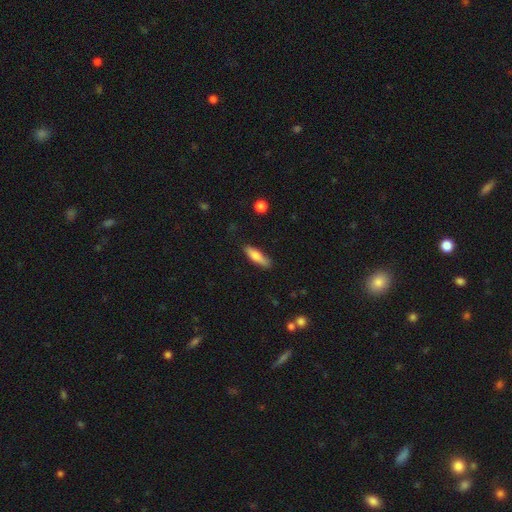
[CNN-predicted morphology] Smooth or featured?
  - smooth: 71% *
  - featured or disk: 22%
  - star or artifact: 6%
How rounded?
  - cigar-shaped: 62% *
  - in between: 36%
  - round: 2%
Merging?
  - none: 82% *
  - minor disturbance: 14%
  - major disturbance: 3%
  - merger: 2%